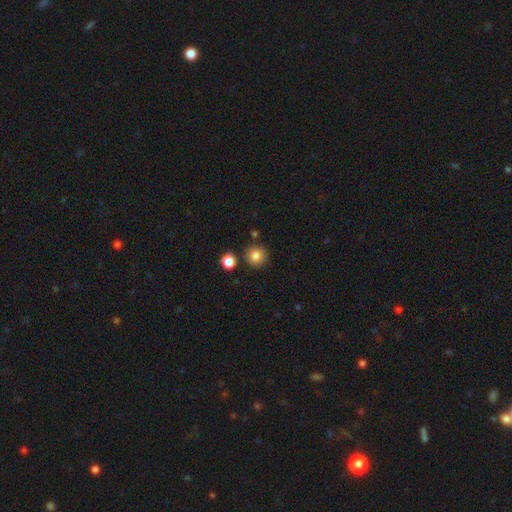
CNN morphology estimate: This is clearly a smooth galaxy (84%). How rounded: clearly round (92%). Merging: clearly none (85%).